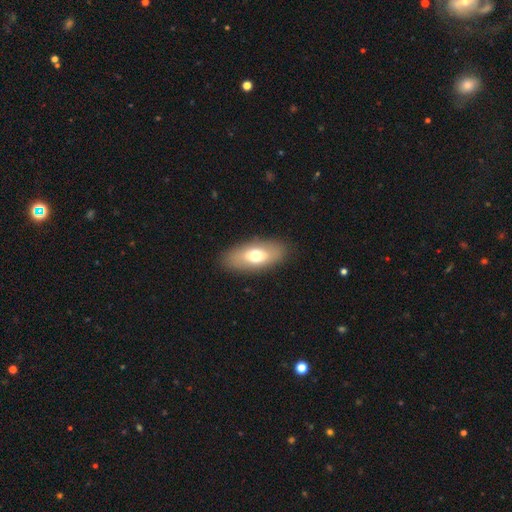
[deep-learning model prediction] Smooth or featured? Predicted: smooth (p=0.65). How rounded? Predicted: in between (p=0.85). Merging? Predicted: none (p=0.87).